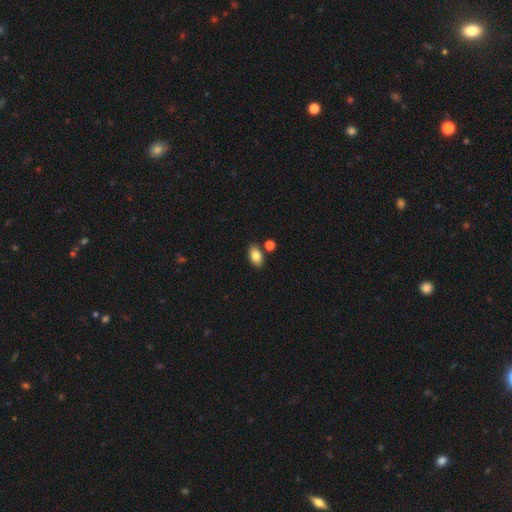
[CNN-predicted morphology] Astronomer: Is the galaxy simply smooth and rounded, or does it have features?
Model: smooth — 81%.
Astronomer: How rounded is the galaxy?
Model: in between — 90%.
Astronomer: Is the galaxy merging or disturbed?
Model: none — 79%.